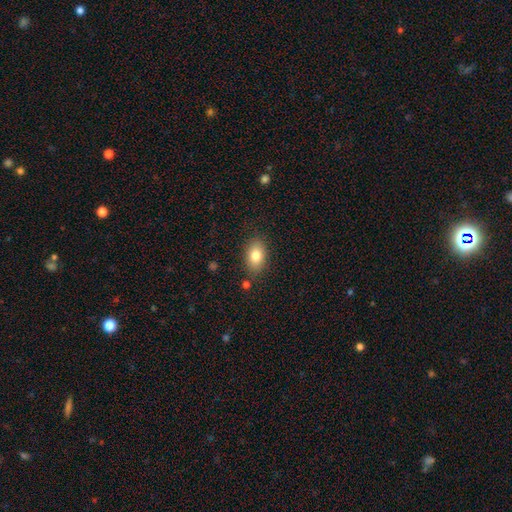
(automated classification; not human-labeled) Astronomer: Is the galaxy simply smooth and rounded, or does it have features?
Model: smooth — 82%.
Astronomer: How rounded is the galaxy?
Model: in between — 89%.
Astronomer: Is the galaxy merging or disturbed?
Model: none — 83%.